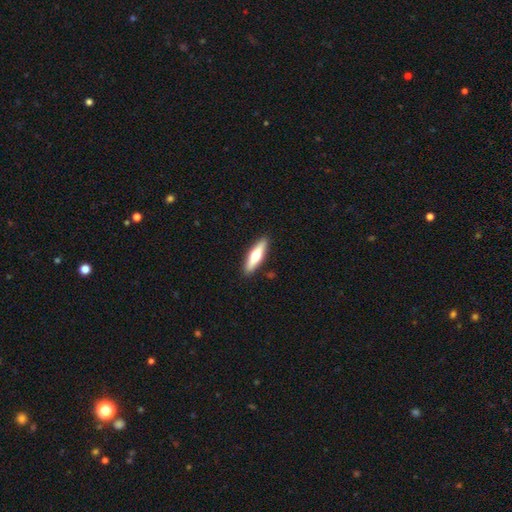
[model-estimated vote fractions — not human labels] Q: Smooth or featured?
A: smooth (53%); runner-up: featured or disk (42%)
Q: How rounded?
A: cigar-shaped (69%); runner-up: in between (29%)
Q: Merging?
A: none (90%); runner-up: minor disturbance (7%)